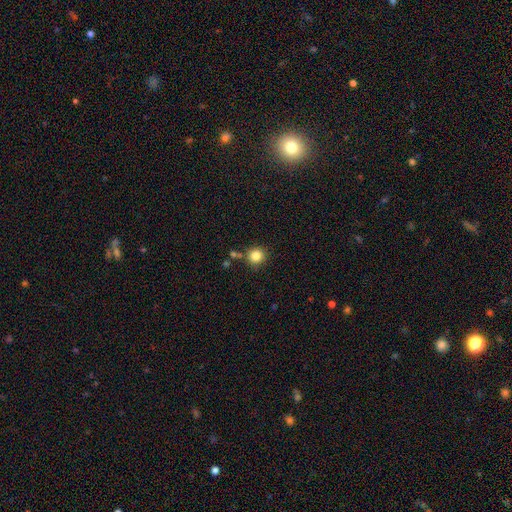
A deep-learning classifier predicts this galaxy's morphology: Smooth or featured? Predicted: smooth (p=0.83). How rounded? Predicted: round (p=0.93). Merging? Predicted: none (p=0.81).